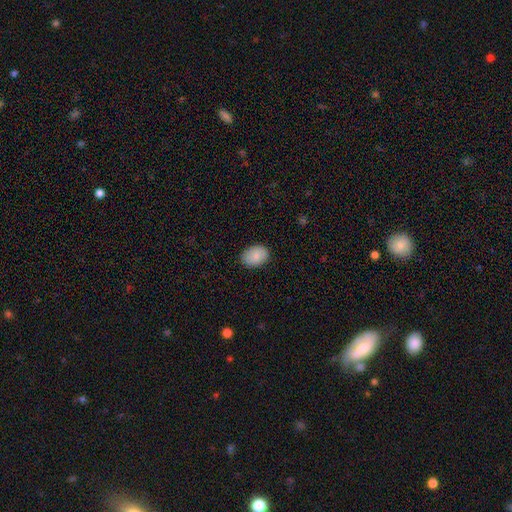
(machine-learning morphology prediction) type=smooth (86%); roundness=in between (77%); merging=none (88%).